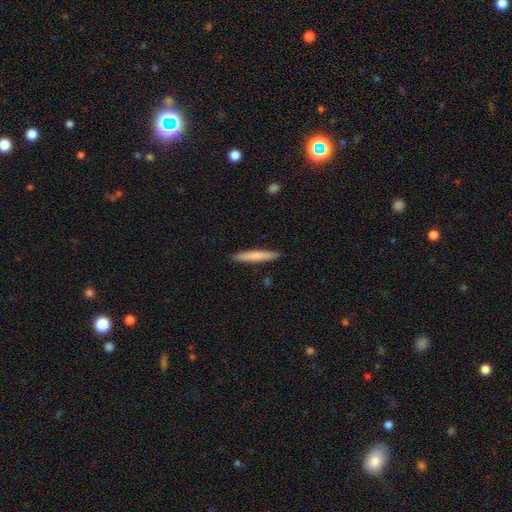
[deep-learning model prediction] smooth-or-featured: smooth: 72% | featured or disk: 23% | star or artifact: 5%
  how-rounded: cigar-shaped: 95% | in between: 4% | round: 1%
  merging: none: 91% | minor disturbance: 6% | major disturbance: 1% | merger: 1%